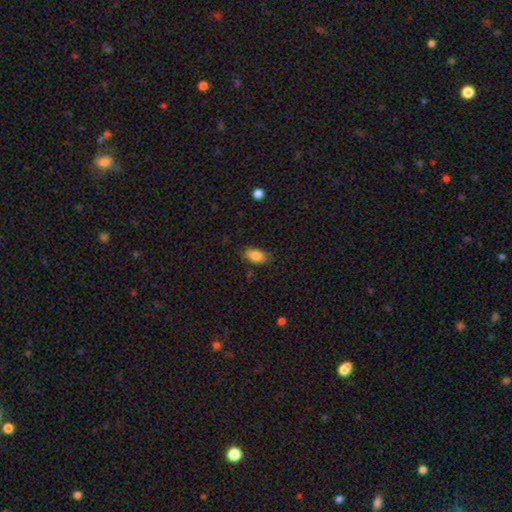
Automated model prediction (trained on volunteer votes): Morphology: type=smooth (85%); roundness=in between (91%); merging=none (79%).